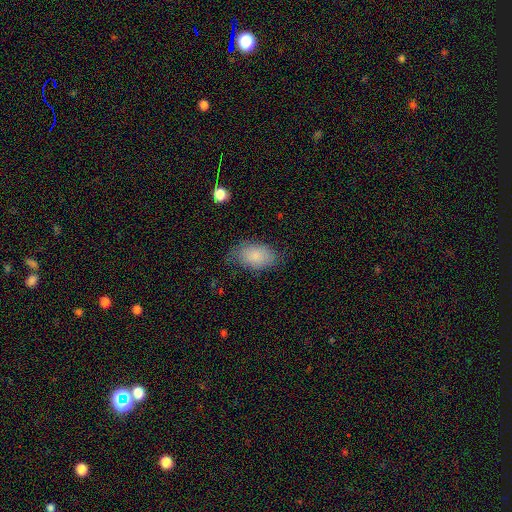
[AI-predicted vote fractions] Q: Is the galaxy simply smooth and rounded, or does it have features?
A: smooth — 81%.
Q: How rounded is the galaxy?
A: in between — 92%.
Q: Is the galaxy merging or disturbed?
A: none — 64%.